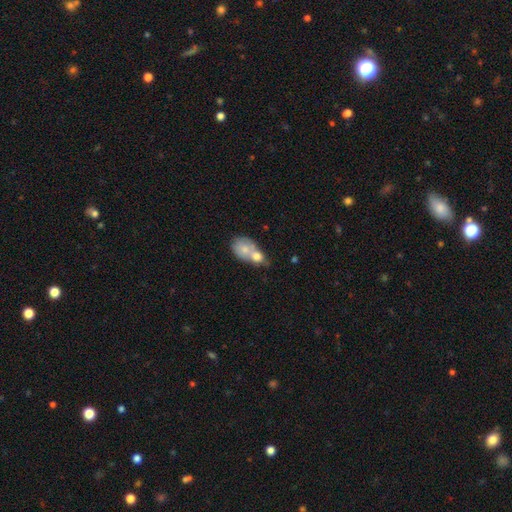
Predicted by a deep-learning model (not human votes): Overall: smooth (67%). How rounded: in between (61%; round 37%). Merging: merger (71%).